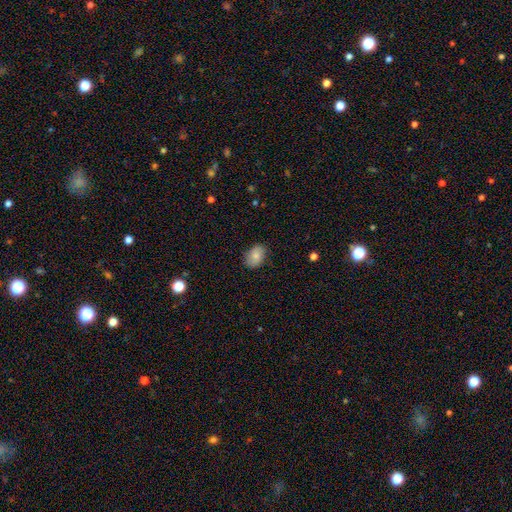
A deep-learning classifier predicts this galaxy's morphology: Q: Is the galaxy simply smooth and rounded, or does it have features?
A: smooth — 79%.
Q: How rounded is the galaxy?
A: in between — 77%.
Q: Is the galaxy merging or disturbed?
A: none — 79%.